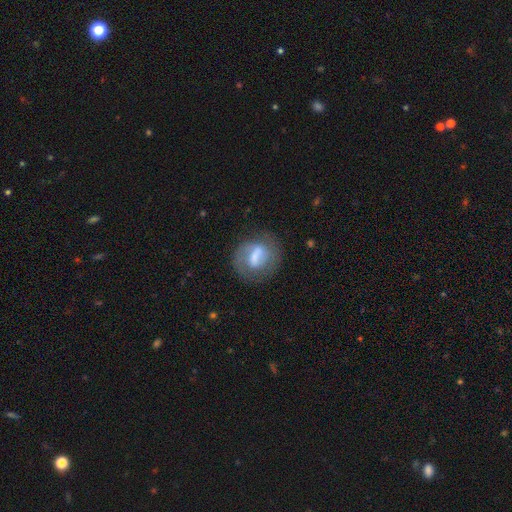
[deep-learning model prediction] featured or disk 52%, smooth 40%, star or artifact 8%. Down the decision tree: edge-on disk — no (95%); merging — none (59%).